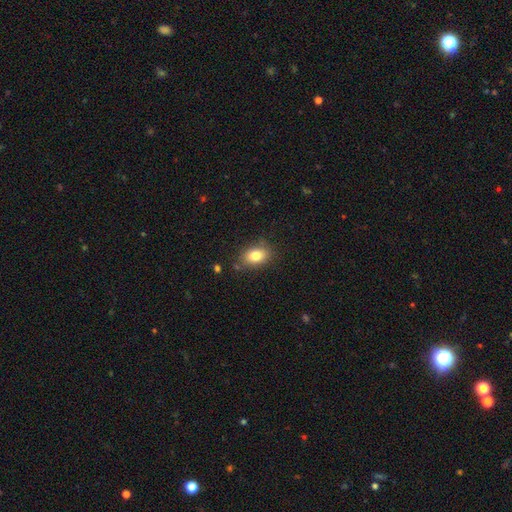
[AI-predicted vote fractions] The model was most divided on "how rounded": in between: 80%, round: 18%, cigar-shaped: 2%. More confident: smooth or featured — smooth (81%); merging — none (79%).